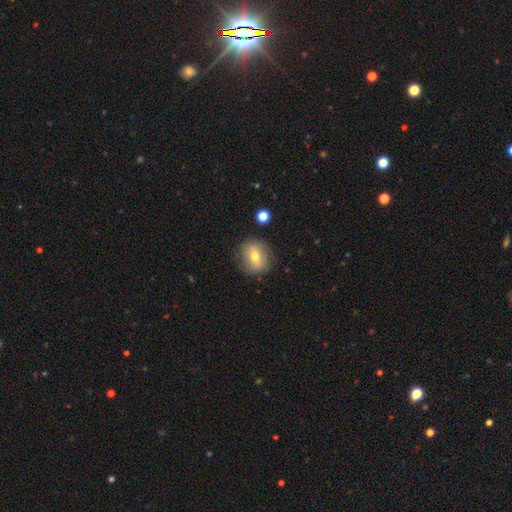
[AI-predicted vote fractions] Morphology: type=smooth (60%); roundness=round (70%); merging=none (82%).